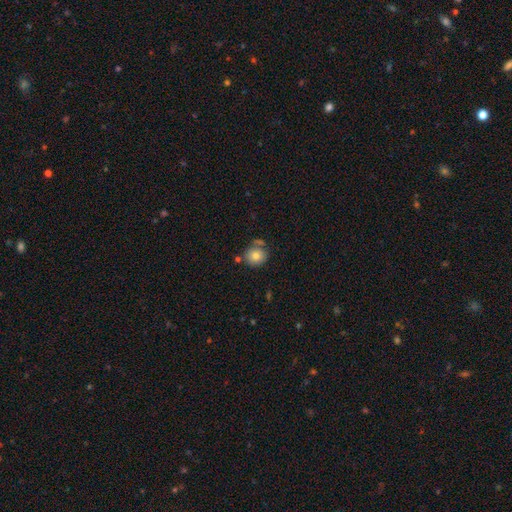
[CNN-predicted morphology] A smooth galaxy with no disk features (77%) that is round (86%). Merging: none (69%).